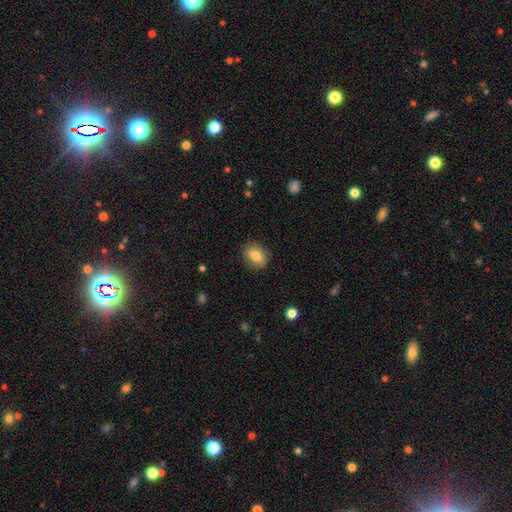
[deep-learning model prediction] Smooth or featured?
  - smooth: 79% *
  - featured or disk: 13%
  - star or artifact: 8%
How rounded?
  - in between: 52% *
  - round: 46%
  - cigar-shaped: 1%
Merging?
  - none: 85% *
  - minor disturbance: 11%
  - major disturbance: 3%
  - merger: 1%